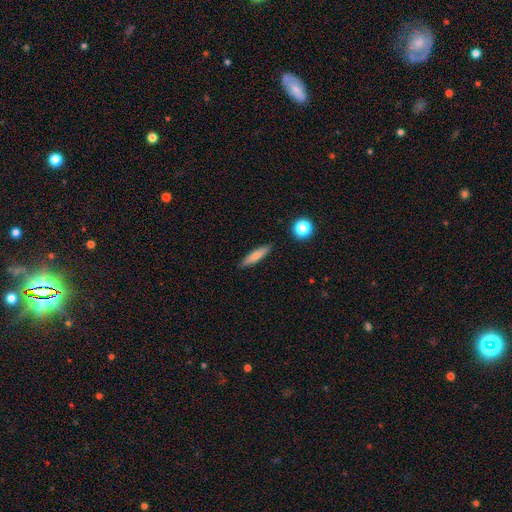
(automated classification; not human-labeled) smooth_or_featured: smooth (p=0.75) [alt: featured or disk p=0.18]
how_rounded: cigar-shaped (p=0.80) [alt: in between p=0.18]
merging: none (p=0.88) [alt: minor disturbance p=0.08]